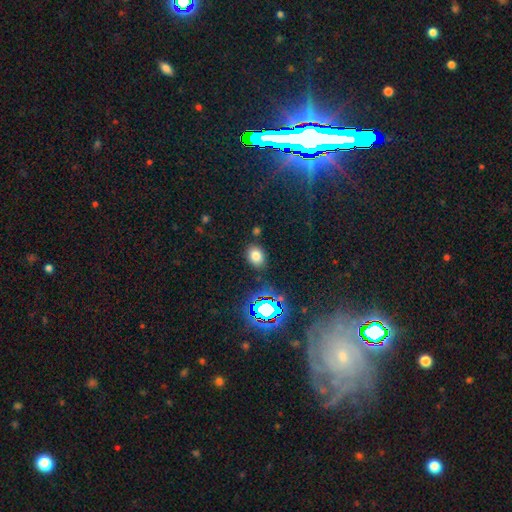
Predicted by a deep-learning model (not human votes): Smooth or featured? smooth (73%)
How rounded? in between (66%)
Merging? none (82%)